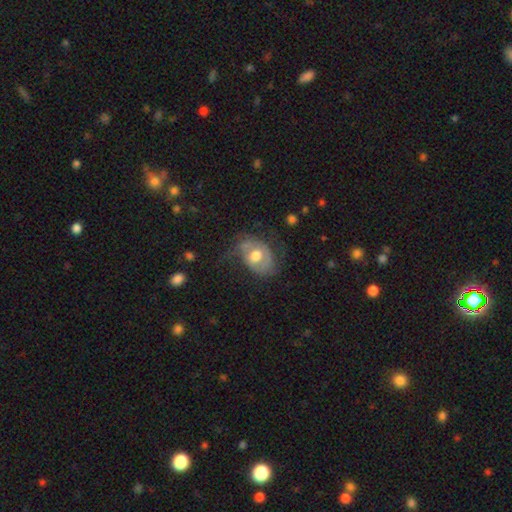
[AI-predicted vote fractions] Overall: featured or disk (58%; smooth 35%). Edge-on disk: no (95%). Bar: no (68%). Spiral arms: yes (61%; no 39%). Bulge size: moderate (67%). Merging: none (43%; major disturbance 27%).